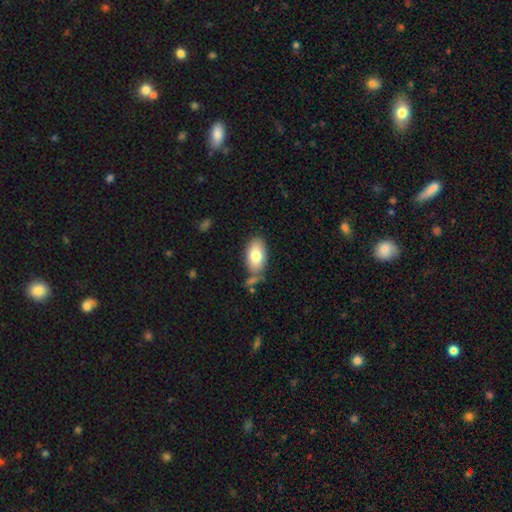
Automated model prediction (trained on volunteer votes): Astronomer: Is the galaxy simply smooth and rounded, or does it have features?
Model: smooth — 79%.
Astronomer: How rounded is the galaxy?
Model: in between — 93%.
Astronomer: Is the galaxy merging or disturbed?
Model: none — 71%.